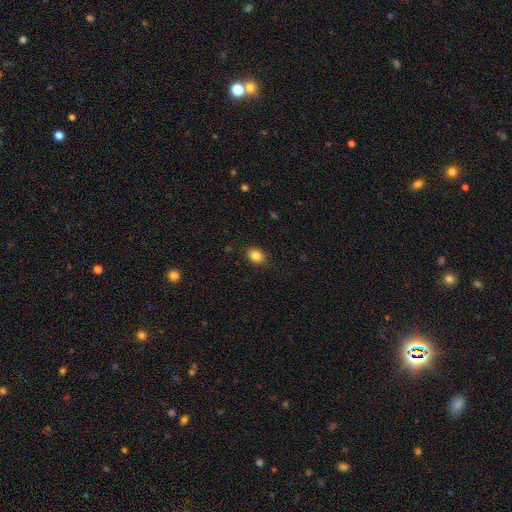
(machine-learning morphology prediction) Smooth or featured? smooth (84%)
How rounded? in between (65%)
Merging? none (88%)